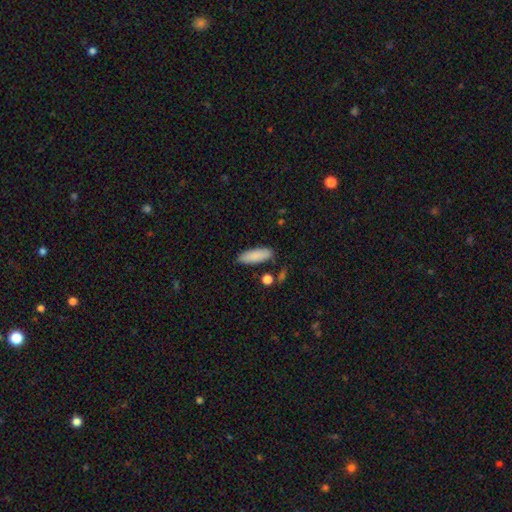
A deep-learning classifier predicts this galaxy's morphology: smooth_or_featured: smooth (p=0.87) [alt: star or artifact p=0.06]
how_rounded: in between (p=0.60) [alt: cigar-shaped p=0.38]
merging: none (p=0.82) [alt: minor disturbance p=0.11]